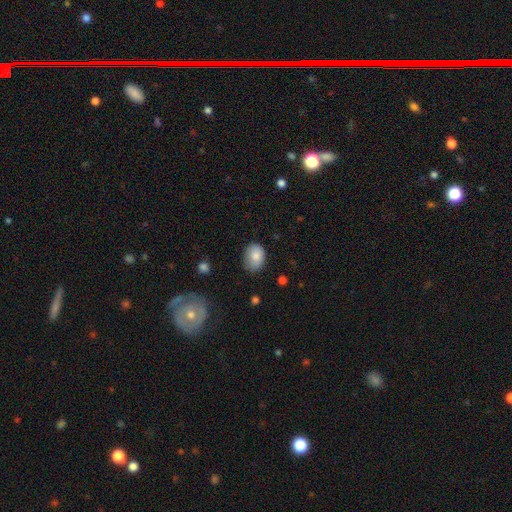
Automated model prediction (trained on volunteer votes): Q: Smooth or featured?
A: smooth (84%); runner-up: featured or disk (9%)
Q: How rounded?
A: in between (77%); runner-up: round (22%)
Q: Merging?
A: none (69%); runner-up: minor disturbance (25%)